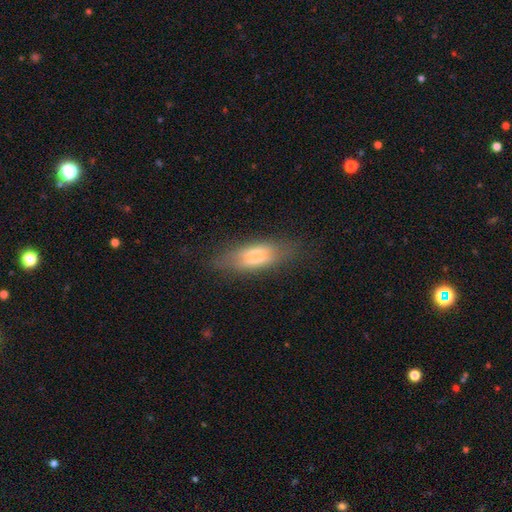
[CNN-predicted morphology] Smooth or featured?
  - smooth: 59% *
  - featured or disk: 33%
  - star or artifact: 8%
How rounded?
  - in between: 61% *
  - cigar-shaped: 36%
  - round: 3%
Merging?
  - none: 72% *
  - minor disturbance: 19%
  - major disturbance: 7%
  - merger: 1%